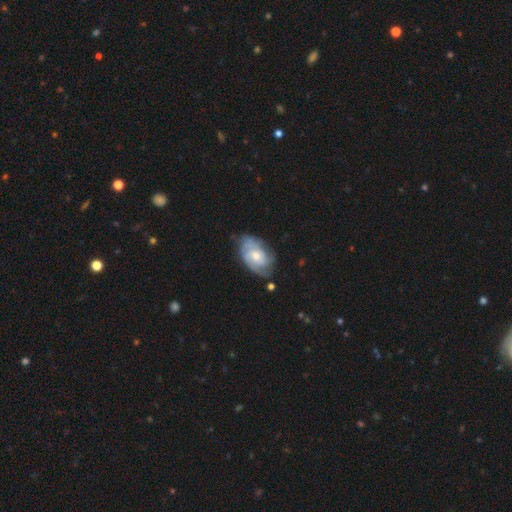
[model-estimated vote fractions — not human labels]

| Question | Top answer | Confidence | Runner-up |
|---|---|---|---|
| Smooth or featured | featured or disk | 72% | smooth (22%) |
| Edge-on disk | no | 96% | yes (4%) |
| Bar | no | 70% | weak (26%) |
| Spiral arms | yes | 90% | no (10%) |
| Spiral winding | tight | 53% | medium (35%) |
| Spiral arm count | can't tell | 37% | 2 (28%) |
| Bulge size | moderate | 55% | small (35%) |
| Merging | none | 64% | minor disturbance (25%) |